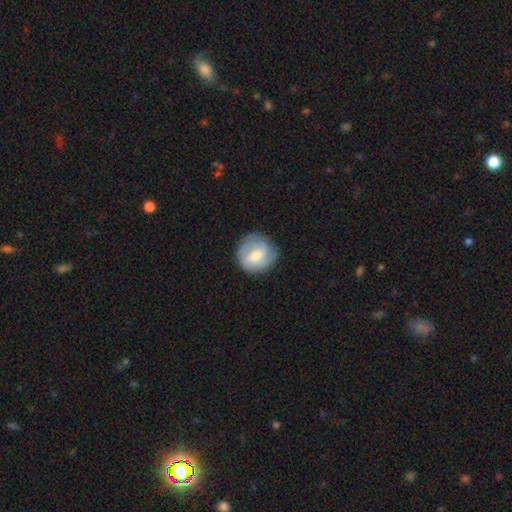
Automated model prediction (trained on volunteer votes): featured or disk 51%, smooth 42%, star or artifact 6%. Down the decision tree: edge-on disk — no (97%); merging — none (76%).